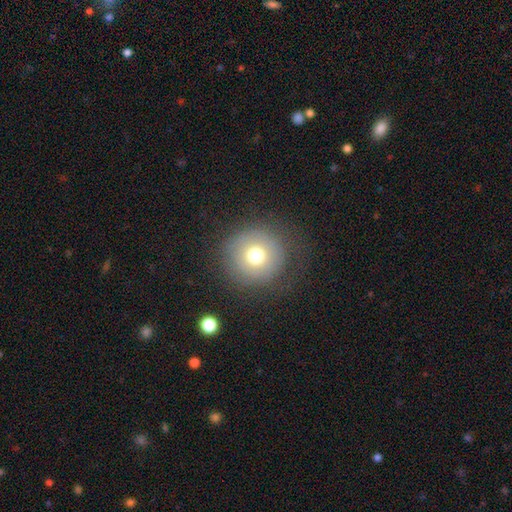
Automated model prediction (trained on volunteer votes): Overall: smooth (68%). How rounded: round (95%). Merging: none (78%).